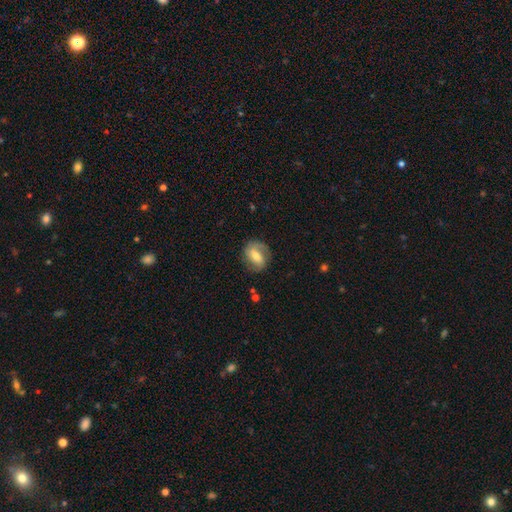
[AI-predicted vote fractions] Smooth or featured? featured or disk (65%)
Edge-on disk? no (96%)
Bar? weak (46%)
Spiral arms? yes (88%)
Spiral winding? medium (44%)
Spiral arm count? 2 (77%)
Bulge size? moderate (58%)
Merging? none (75%)